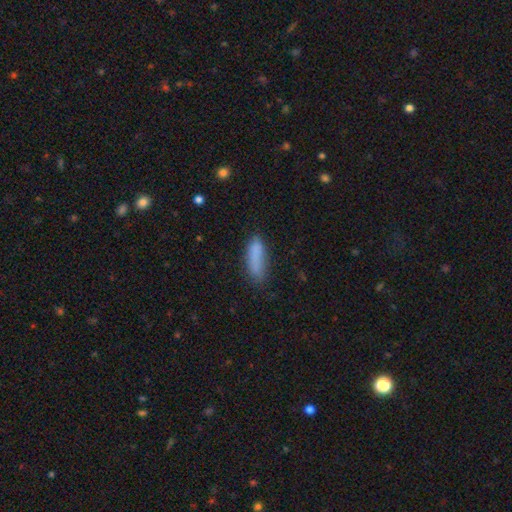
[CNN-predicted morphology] A smooth galaxy with no disk features (83%) that is cigar-shaped (58%). Merging: none (65%).